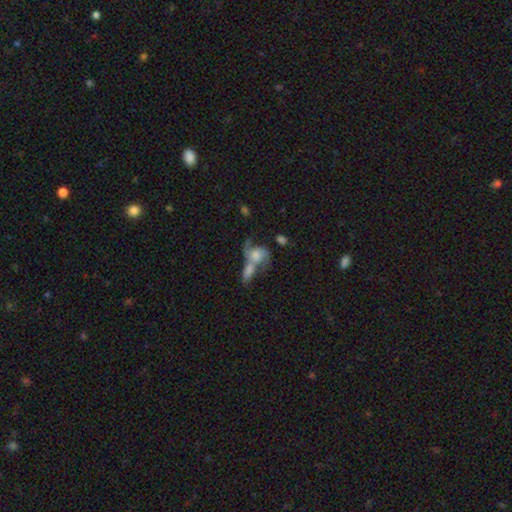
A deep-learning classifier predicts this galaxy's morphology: This appears to be a featured or disk galaxy (51%). Merging: merger (61%).